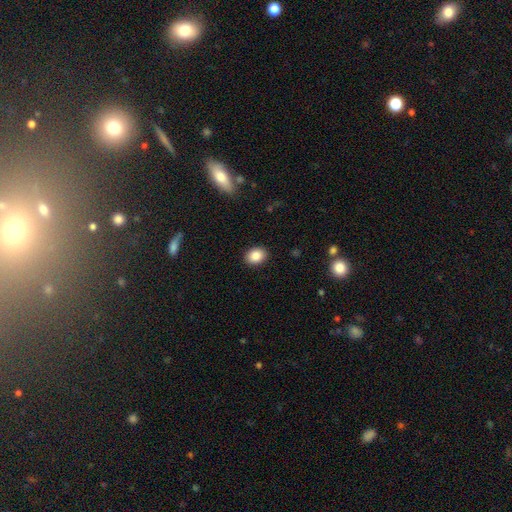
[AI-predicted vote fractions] Smooth or featured?
  - smooth: 87% *
  - star or artifact: 9%
  - featured or disk: 5%
How rounded?
  - in between: 58% *
  - round: 42%
  - cigar-shaped: 1%
Merging?
  - none: 90% *
  - minor disturbance: 7%
  - major disturbance: 2%
  - merger: 1%